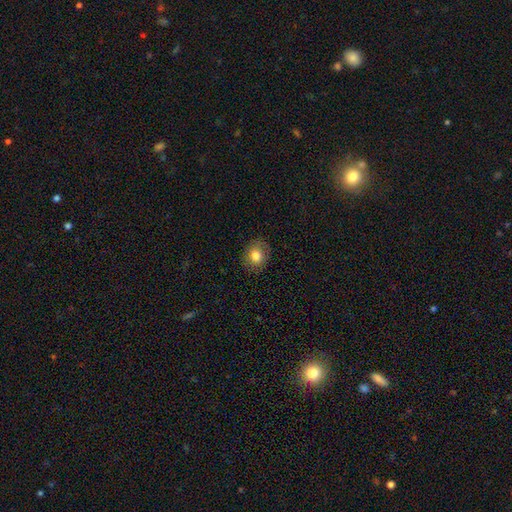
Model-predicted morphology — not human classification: A smooth galaxy with no disk features (79%) that is round (67%).

Vote fractions:
- Smooth or featured? smooth: 79% / featured or disk: 12% / star or artifact: 9%
- How rounded? round: 67% / in between: 32% / cigar-shaped: 1%
- Merging? none: 82% / minor disturbance: 13% / major disturbance: 4% / merger: 1%